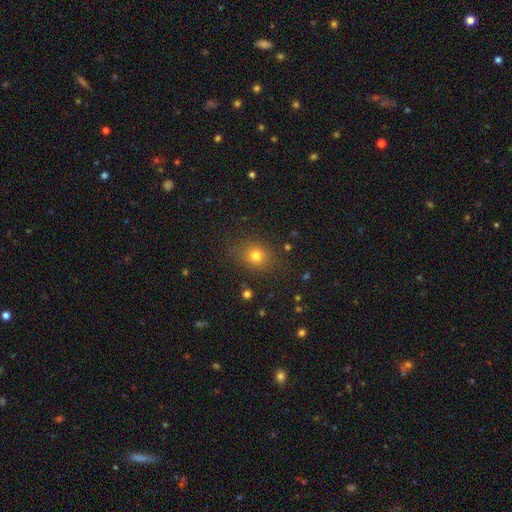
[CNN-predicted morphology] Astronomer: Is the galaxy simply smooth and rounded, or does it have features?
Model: smooth — 77%.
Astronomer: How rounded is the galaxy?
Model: round — 68%.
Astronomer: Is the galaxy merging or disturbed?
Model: none — 83%.